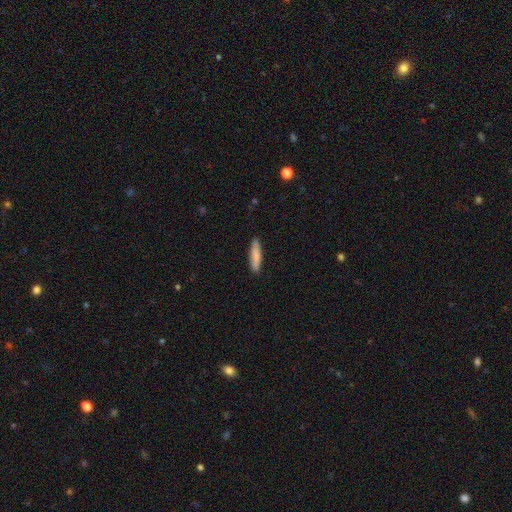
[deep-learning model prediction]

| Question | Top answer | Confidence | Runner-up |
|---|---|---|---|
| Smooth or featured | smooth | 80% | featured or disk (14%) |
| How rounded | cigar-shaped | 82% | in between (16%) |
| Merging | none | 85% | minor disturbance (11%) |